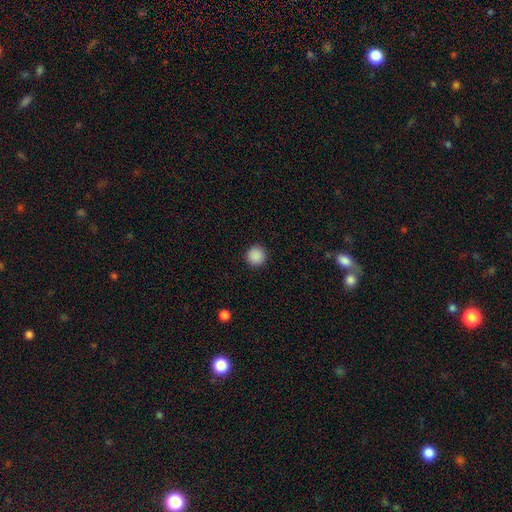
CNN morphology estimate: This appears to be a smooth galaxy with no disk features (89%) that is round (96%). Merging: none (93%).